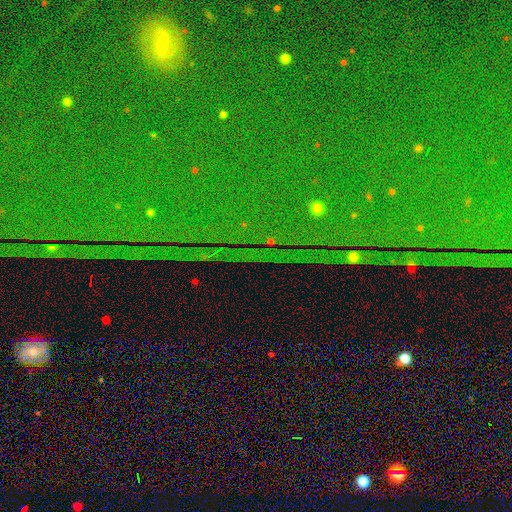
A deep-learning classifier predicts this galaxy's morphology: Smooth or featured?
  - star or artifact: 81% *
  - featured or disk: 10%
  - smooth: 9%